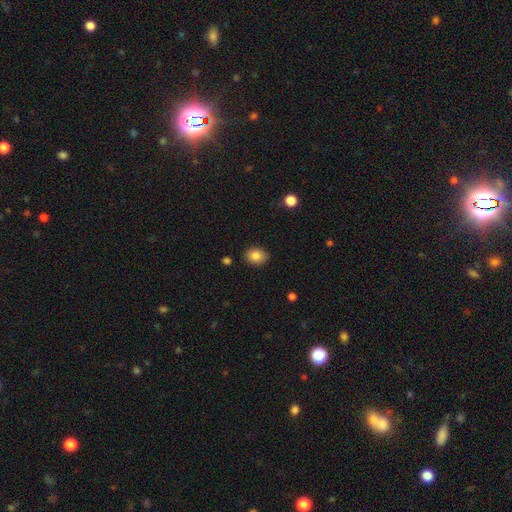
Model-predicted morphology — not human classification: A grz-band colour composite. It shows a smooth galaxy with no disk features (84%) that is in between round and cigar-shaped (63%). Merging: none (87%).